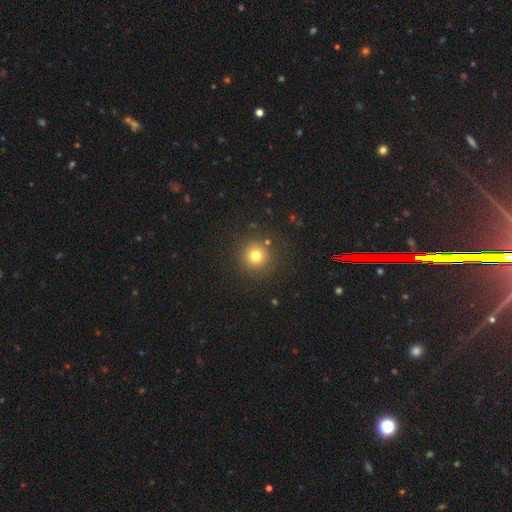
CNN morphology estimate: The model was most divided on "smooth or featured": smooth: 77%, star or artifact: 15%, featured or disk: 8%. More confident: how rounded — round (95%); merging — none (87%).